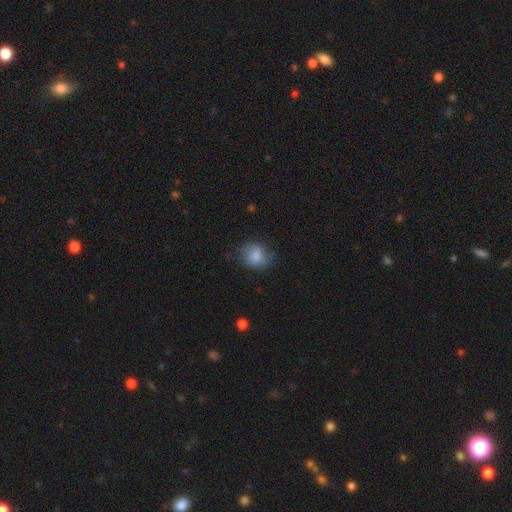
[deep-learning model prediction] This is likely a smooth galaxy (75%). How rounded: possibly round (59%). Merging: likely none (61%).